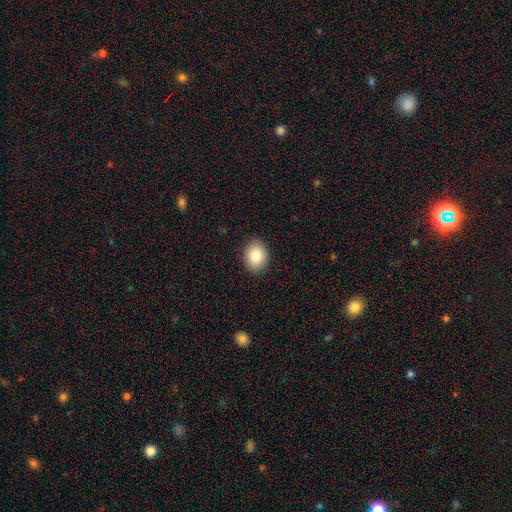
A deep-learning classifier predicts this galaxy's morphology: A smooth galaxy with no disk features (86%) that is in between round and cigar-shaped (58%). Merging: none (90%).